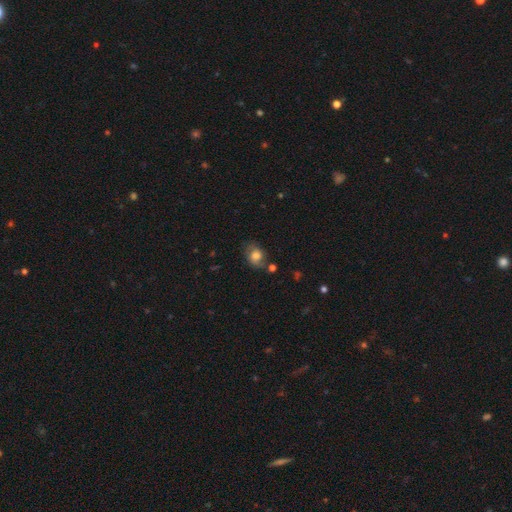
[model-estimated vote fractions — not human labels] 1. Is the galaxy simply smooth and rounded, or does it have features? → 71% smooth, 20% featured or disk, 10% star or artifact.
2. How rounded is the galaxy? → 59% in between, 39% round, 1% cigar-shaped.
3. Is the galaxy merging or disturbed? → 62% none, 24% minor disturbance, 8% major disturbance, 6% merger.